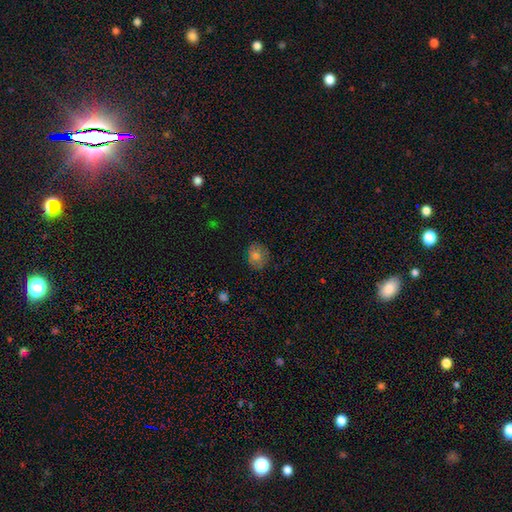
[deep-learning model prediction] Smooth or featured: smooth — 70% (featured or disk — 17%)
How rounded: round — 64% (in between — 35%)
Merging: none — 82% (minor disturbance — 14%)